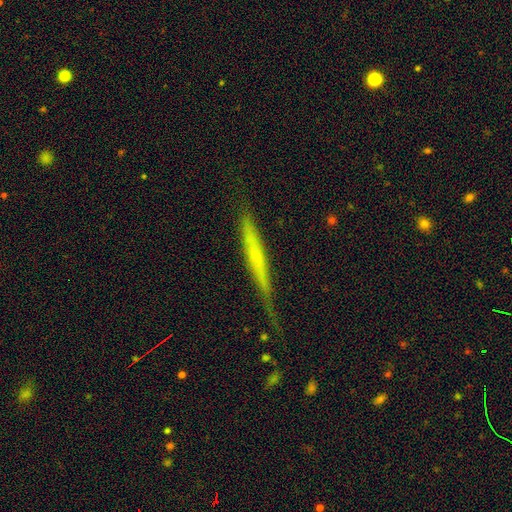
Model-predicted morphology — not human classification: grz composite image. It shows a featured or disk galaxy (57%) viewed edge-on (95%) with no central bulge (57%). Merging: none (71%).